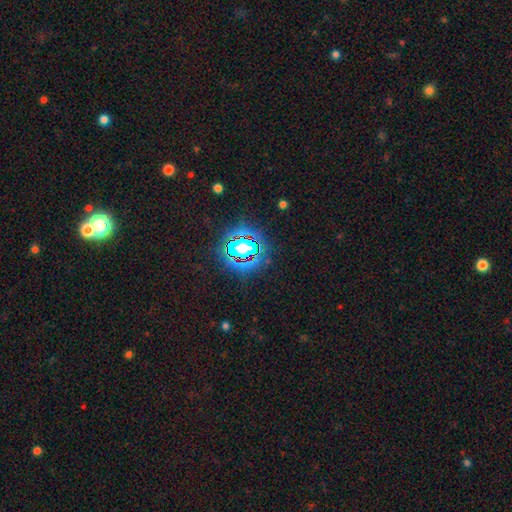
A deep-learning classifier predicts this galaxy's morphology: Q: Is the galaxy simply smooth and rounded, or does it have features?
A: star or artifact — 82%.